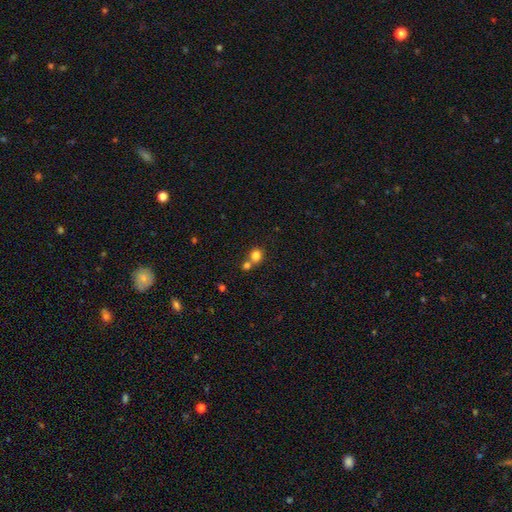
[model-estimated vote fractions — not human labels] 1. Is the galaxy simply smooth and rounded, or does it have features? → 81% smooth, 12% star or artifact, 7% featured or disk.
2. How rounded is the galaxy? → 76% round, 23% in between, 1% cigar-shaped.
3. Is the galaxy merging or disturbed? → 47% none, 43% merger, 7% minor disturbance, 3% major disturbance.